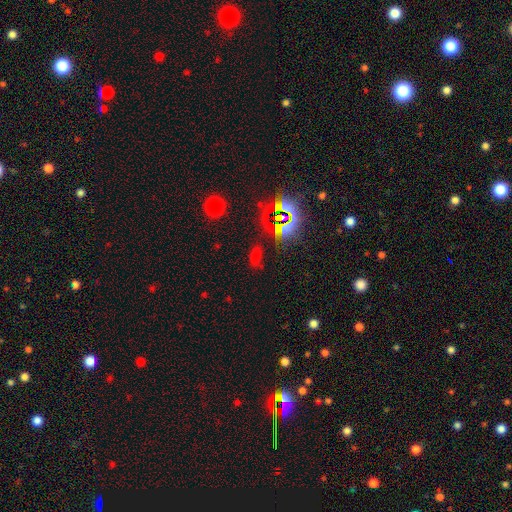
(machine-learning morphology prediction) This appears to be a star or artifact, not a galaxy (50%).